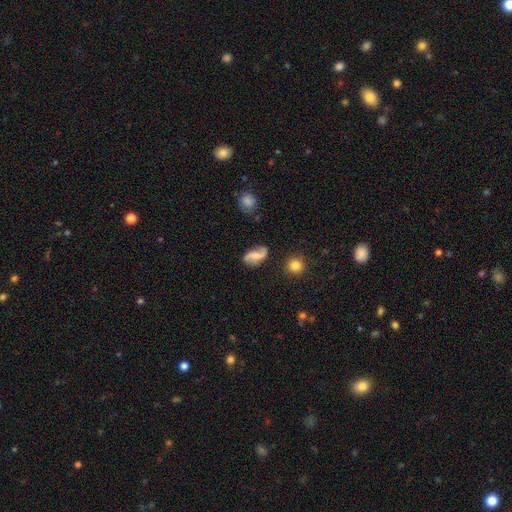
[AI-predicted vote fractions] Smooth or featured? featured or disk (67%)
Edge-on disk? no (97%)
Bar? weak (43%)
Spiral arms? yes (93%)
Spiral winding? loose (67%)
Spiral arm count? 2 (88%)
Bulge size? none (42%)
Merging? none (71%)